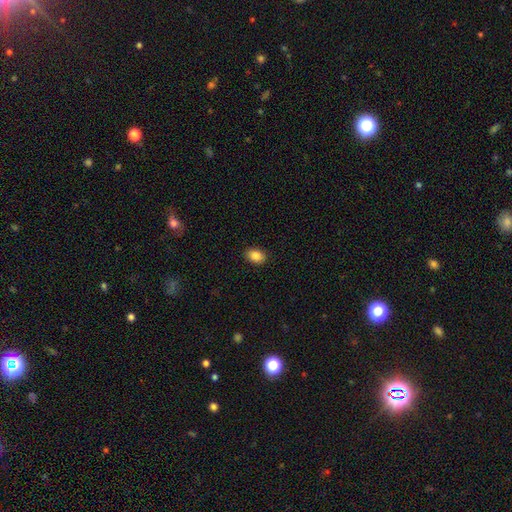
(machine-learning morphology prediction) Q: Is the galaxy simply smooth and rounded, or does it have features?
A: smooth — 87%.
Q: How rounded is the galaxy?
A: in between — 76%.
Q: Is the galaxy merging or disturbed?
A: none — 89%.